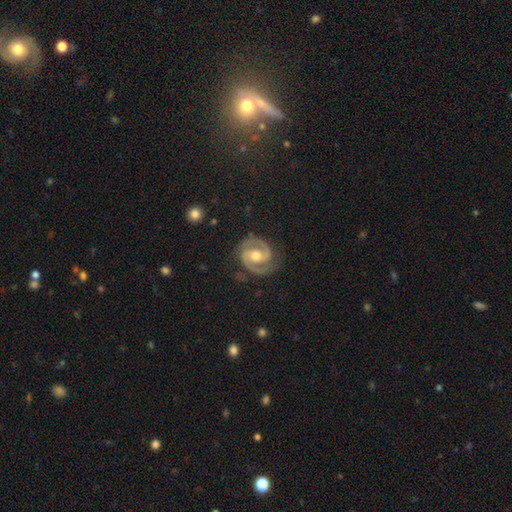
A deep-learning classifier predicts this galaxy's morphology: featured or disk 90%, smooth 5%, star or artifact 4%. Down the decision tree: edge-on disk — no (98%); bar — weak (41%); spiral arms — yes (98%); spiral arm count — 2 (94%); spiral winding — medium (47%); bulge size — moderate (75%); merging — none (83%).